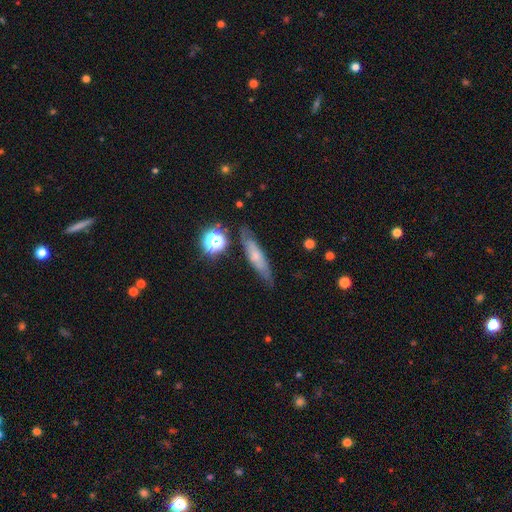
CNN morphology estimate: Smooth or featured? smooth (49%)
Merging? none (76%)